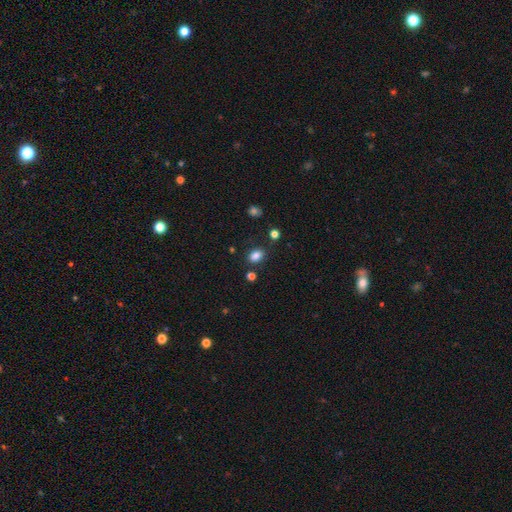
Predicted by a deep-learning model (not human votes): smooth 83%, star or artifact 12%, featured or disk 5%. Down the decision tree: how rounded — in between (73%); merging — none (78%).